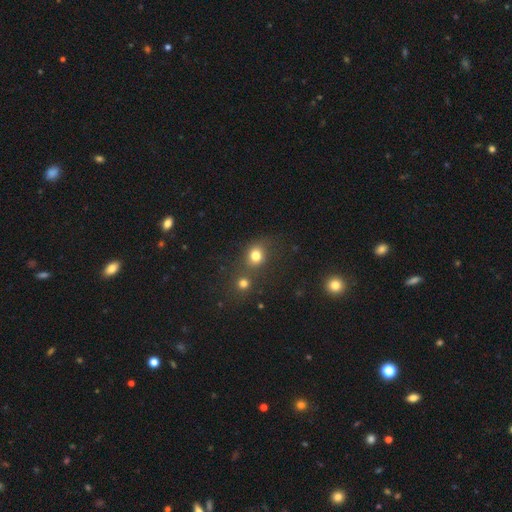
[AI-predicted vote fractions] Overall: smooth (77%). How rounded: round (73%). Merging: none (55%; merger 27%).